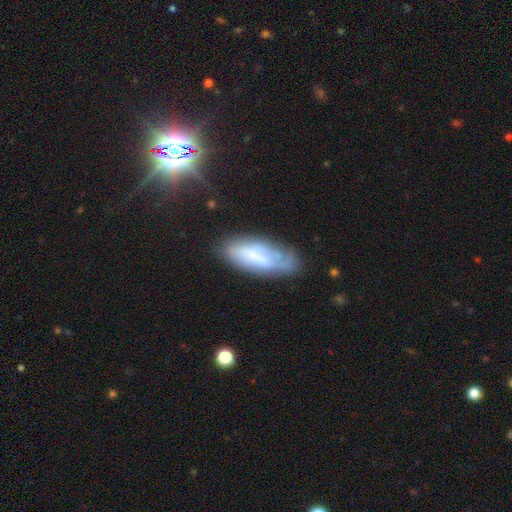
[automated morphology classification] smooth 54%, featured or disk 36%, star or artifact 9%. Down the decision tree: how rounded — in between (68%); merging — none (57%).